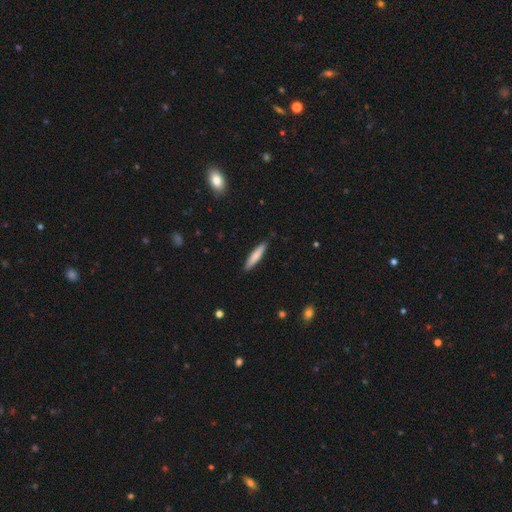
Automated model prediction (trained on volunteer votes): Smooth or featured? smooth (78%)
How rounded? cigar-shaped (89%)
Merging? none (89%)